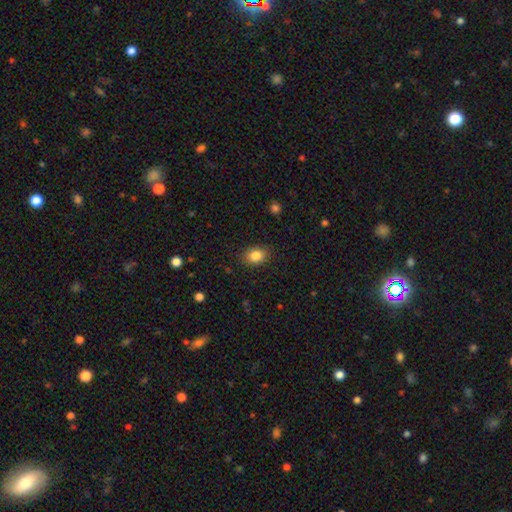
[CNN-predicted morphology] A smooth galaxy with no disk features (85%) that is in between round and cigar-shaped (63%).

Vote fractions:
- Smooth or featured? smooth: 85% / star or artifact: 9% / featured or disk: 6%
- How rounded? in between: 63% / round: 36% / cigar-shaped: 1%
- Merging? none: 87% / minor disturbance: 9% / major disturbance: 2% / merger: 1%